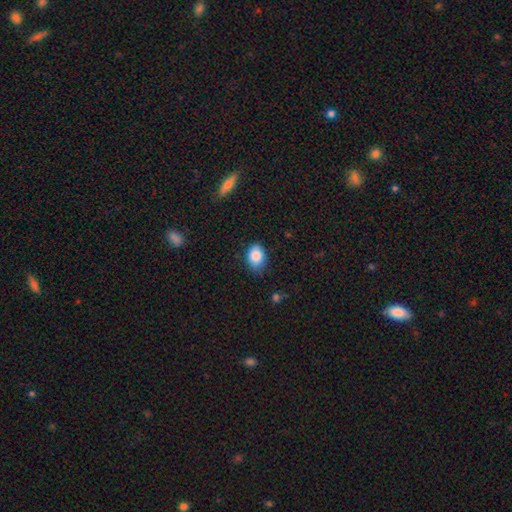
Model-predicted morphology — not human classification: smooth_or_featured: smooth (p=0.86) [alt: star or artifact p=0.08]
how_rounded: in between (p=0.75) [alt: round p=0.23]
merging: none (p=0.75) [alt: minor disturbance p=0.21]